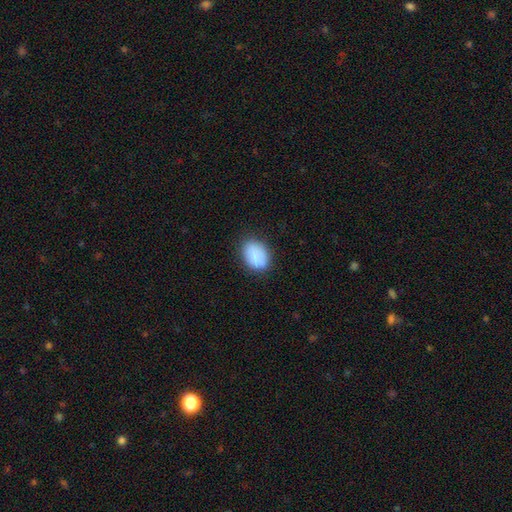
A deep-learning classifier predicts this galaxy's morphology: Q: Smooth or featured?
A: smooth (86%); runner-up: star or artifact (7%)
Q: How rounded?
A: in between (73%); runner-up: round (26%)
Q: Merging?
A: none (82%); runner-up: minor disturbance (14%)